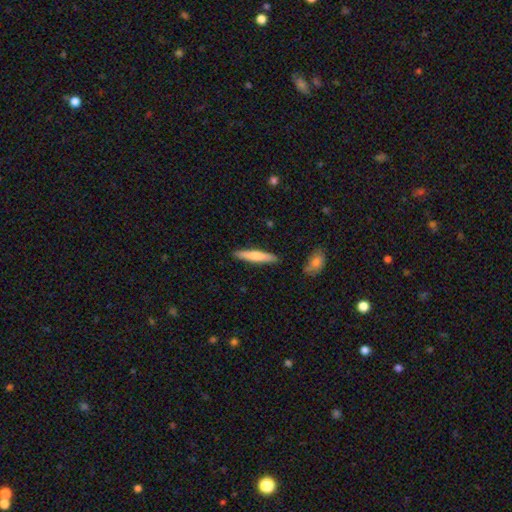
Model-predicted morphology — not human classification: The model was most divided on "smooth or featured": smooth: 65%, featured or disk: 30%, star or artifact: 5%. More confident: how rounded — cigar-shaped (90%); merging — none (89%).